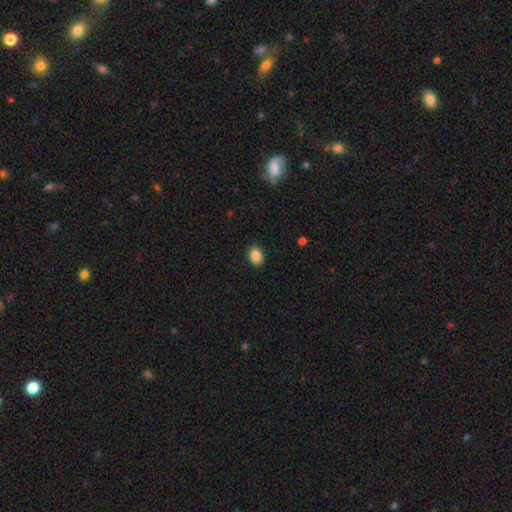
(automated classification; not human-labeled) Q: Smooth or featured?
A: smooth (87%); runner-up: star or artifact (8%)
Q: How rounded?
A: in between (81%); runner-up: round (18%)
Q: Merging?
A: none (89%); runner-up: minor disturbance (8%)